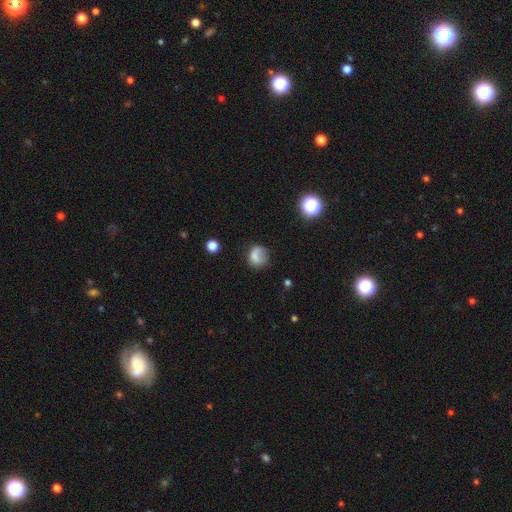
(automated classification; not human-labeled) smooth_or_featured: smooth (p=0.72) [alt: featured or disk p=0.16]
how_rounded: round (p=0.71) [alt: in between p=0.27]
merging: none (p=0.52) [alt: minor disturbance p=0.26]